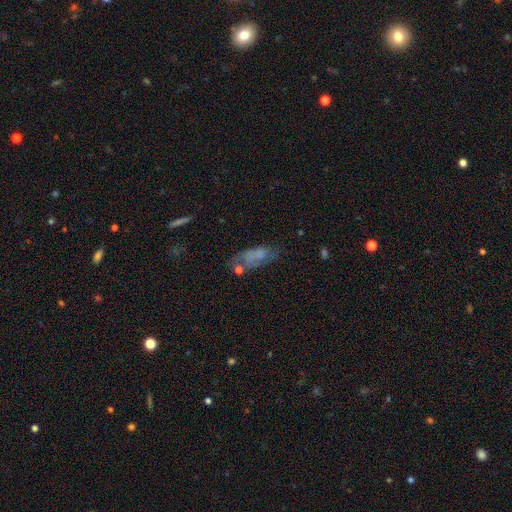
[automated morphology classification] A smooth galaxy with no disk features (53%) that is in between round and cigar-shaped (76%). Merging: none (49%).